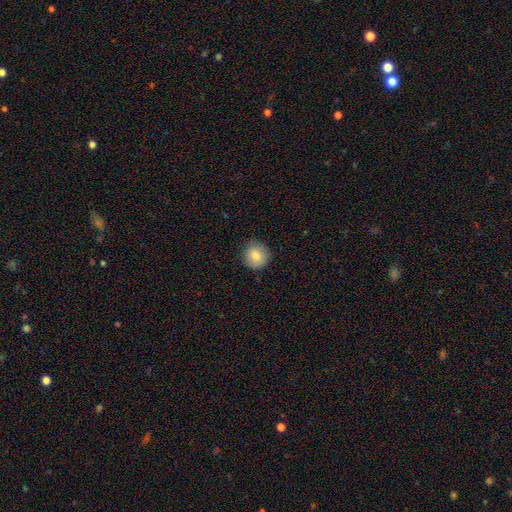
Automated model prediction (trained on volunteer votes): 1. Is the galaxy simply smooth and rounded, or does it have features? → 82% smooth, 10% featured or disk, 8% star or artifact.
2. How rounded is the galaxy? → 91% round, 8% in between, 1% cigar-shaped.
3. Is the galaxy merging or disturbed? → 85% none, 11% minor disturbance, 2% major disturbance, 1% merger.